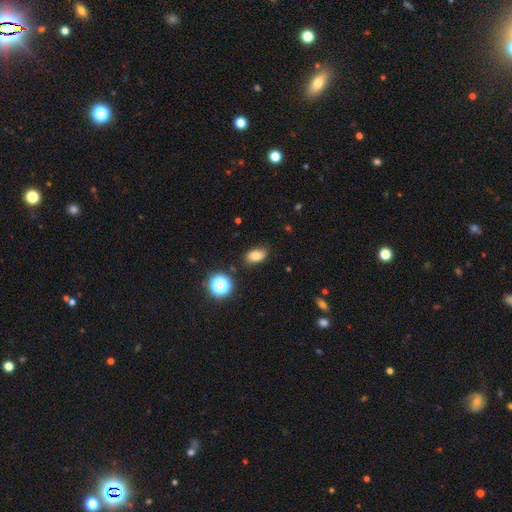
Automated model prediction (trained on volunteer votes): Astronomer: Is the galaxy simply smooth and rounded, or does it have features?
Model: smooth — 78%.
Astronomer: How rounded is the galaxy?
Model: in between — 87%.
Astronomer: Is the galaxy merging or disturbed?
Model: none — 84%.